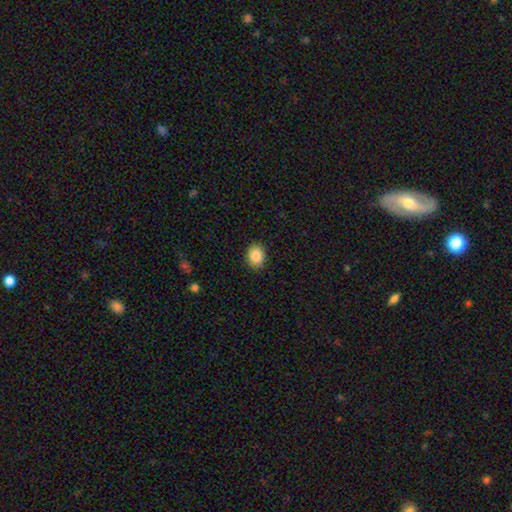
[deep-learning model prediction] Smooth or featured? smooth (88%)
How rounded? in between (52%)
Merging? none (89%)